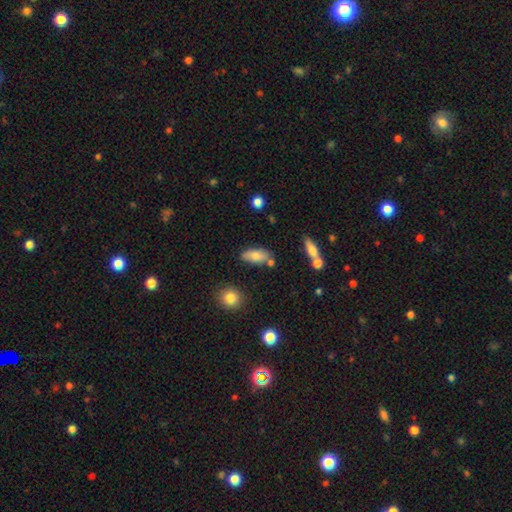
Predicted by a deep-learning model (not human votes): A smooth galaxy with no disk features (77%) that is in between round and cigar-shaped (85%). Merging: none (70%).